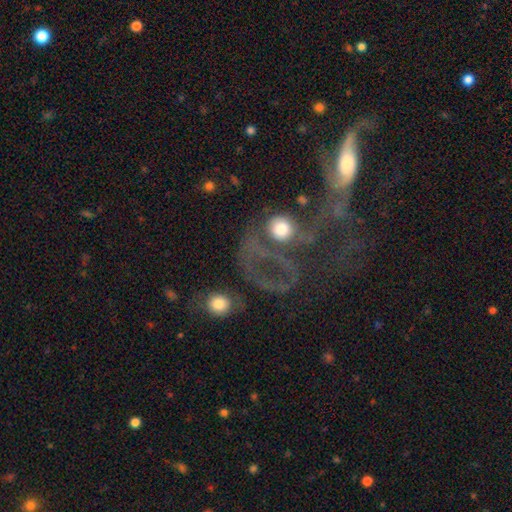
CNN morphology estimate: A featured or disk galaxy (62%) with no bar (75%), no spiral arms (50%, tied with yes) and a moderate central bulge (46%). Merging: major disturbance (34%, tied with merger).